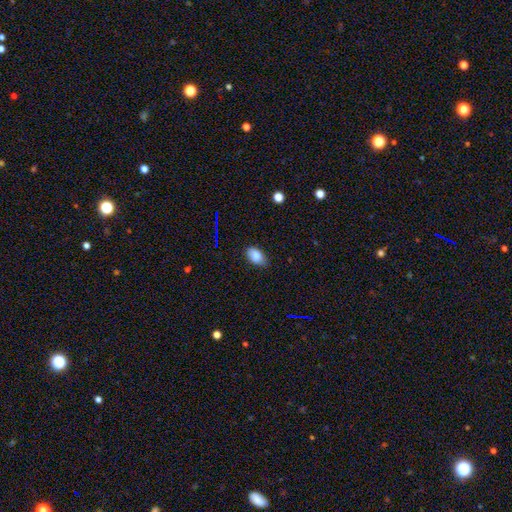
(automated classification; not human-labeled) Overall: smooth (85%). How rounded: in between (90%). Merging: none (73%).